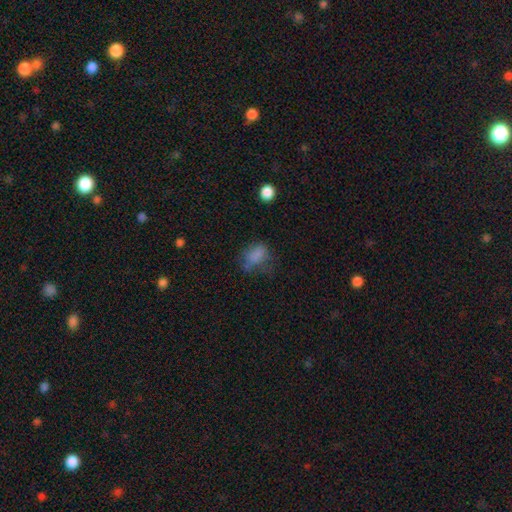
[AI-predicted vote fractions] This is likely a smooth galaxy (74%). How rounded: likely in between (73%). Merging: marginally none (44%).